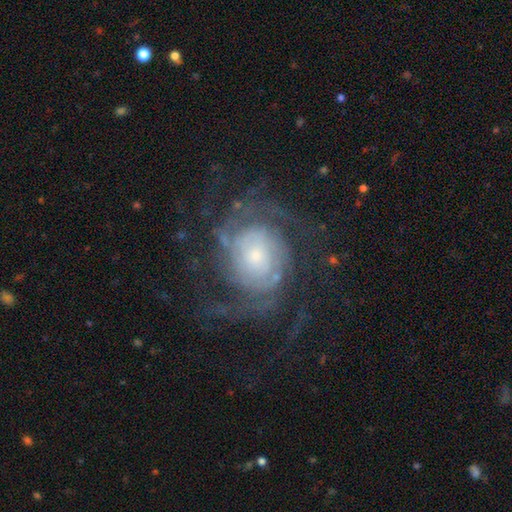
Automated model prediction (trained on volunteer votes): A featured or disk galaxy (86%) with no bar (73%), 2 (35%) tight (50%) spiral arms (95%) and a small central bulge (54%). Merging: none (66%).